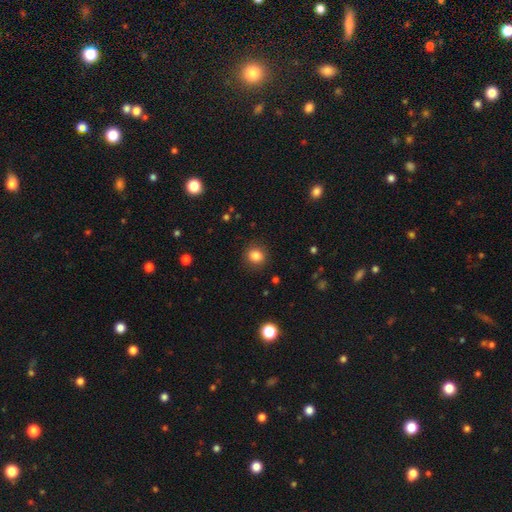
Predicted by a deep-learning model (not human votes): Smooth or featured? smooth (84%)
How rounded? round (81%)
Merging? none (88%)